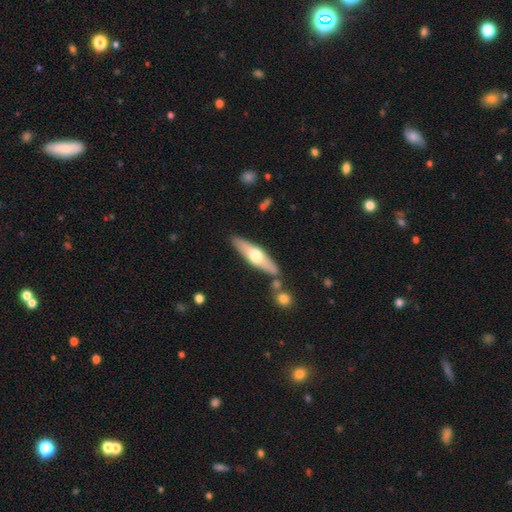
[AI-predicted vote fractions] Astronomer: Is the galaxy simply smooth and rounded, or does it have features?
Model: featured or disk — 52% (runner-up: smooth, 43%).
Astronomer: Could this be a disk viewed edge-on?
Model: yes — 88%.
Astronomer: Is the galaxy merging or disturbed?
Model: none — 81%.